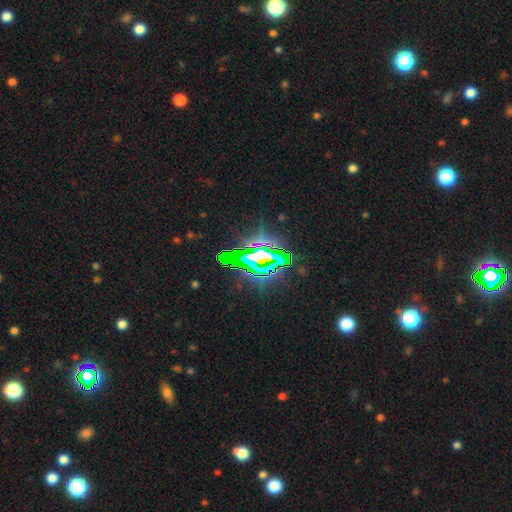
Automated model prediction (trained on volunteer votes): Smooth or featured? star or artifact (76%)